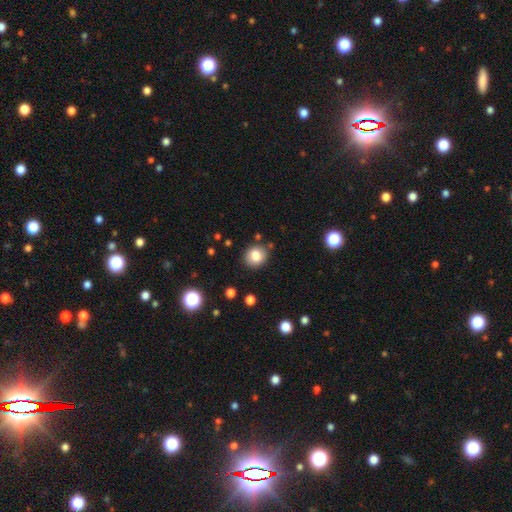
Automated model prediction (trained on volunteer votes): smooth_or_featured: smooth (p=0.81) [alt: star or artifact p=0.11]
how_rounded: round (p=0.76) [alt: in between p=0.23]
merging: none (p=0.84) [alt: minor disturbance p=0.10]